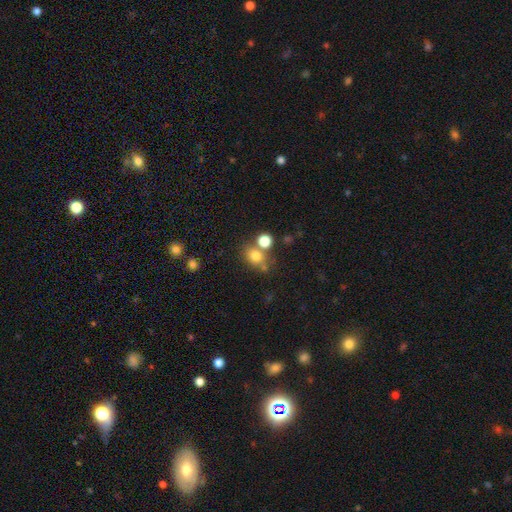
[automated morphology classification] Overall: smooth (76%). How rounded: round (60%; in between 39%). Merging: none (55%; merger 29%).